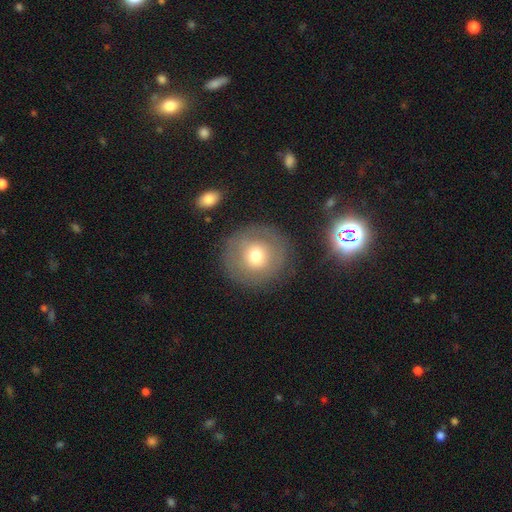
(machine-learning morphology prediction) This appears to be a smooth galaxy with no disk features (62%) that is round (93%). Merging: none (82%).